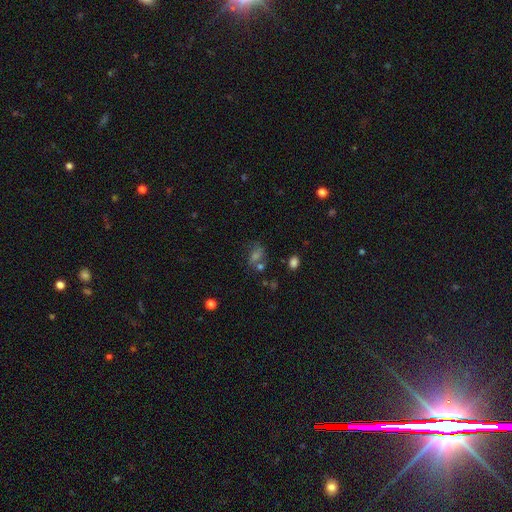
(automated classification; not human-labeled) Overall: smooth (39%; star or artifact 35%). Merging: none (56%; minor disturbance 18%).